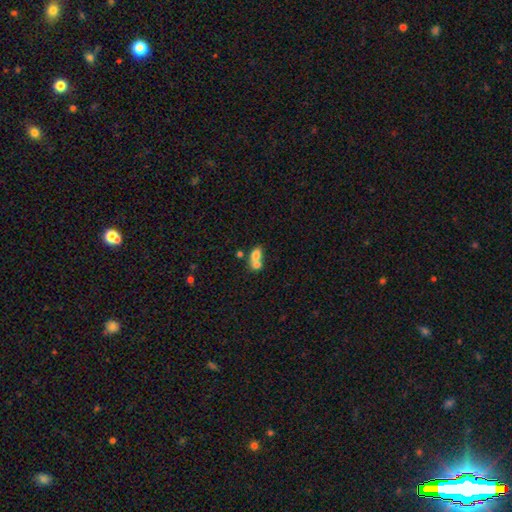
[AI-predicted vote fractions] Smooth or featured? smooth (73%)
How rounded? in between (72%)
Merging? merger (67%)